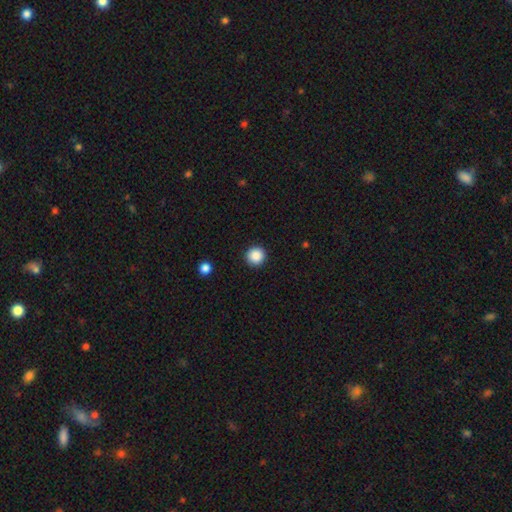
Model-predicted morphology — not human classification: Smooth or featured: smooth — 88% (star or artifact — 9%)
How rounded: round — 96% (in between — 3%)
Merging: none — 93% (minor disturbance — 4%)